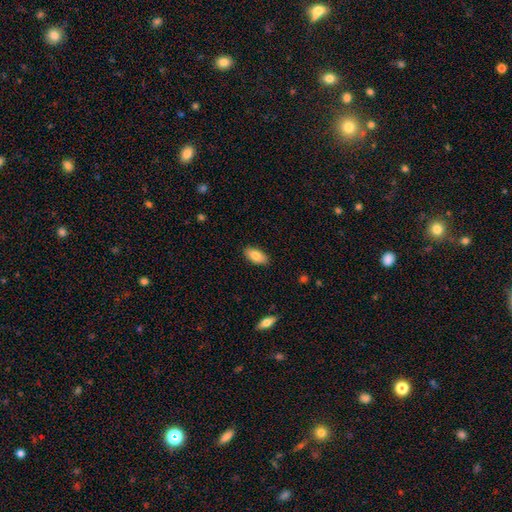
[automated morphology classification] A smooth galaxy with no disk features (82%) that is in between round and cigar-shaped (90%). Merging: none (88%).